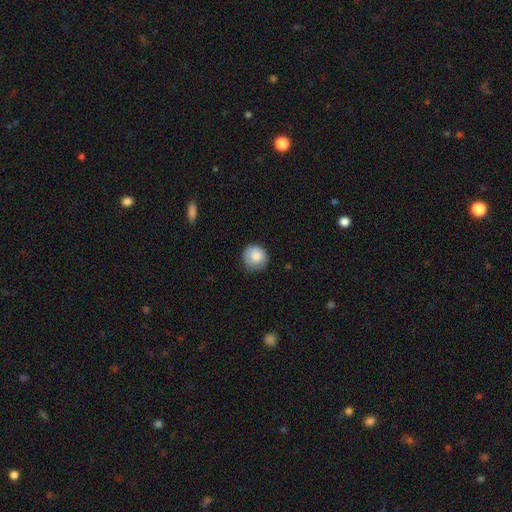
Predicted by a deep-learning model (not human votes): smooth 86%, star or artifact 8%, featured or disk 7%. Down the decision tree: how rounded — round (90%); merging — none (78%).